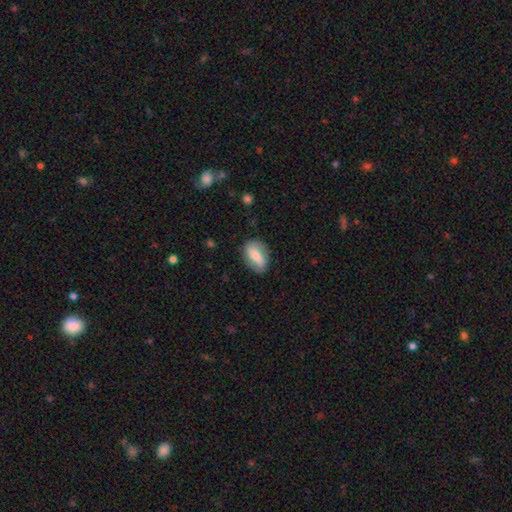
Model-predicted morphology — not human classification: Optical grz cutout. It shows a smooth galaxy with no disk features (56%) that is in between round and cigar-shaped (84%). Merging: none (80%).